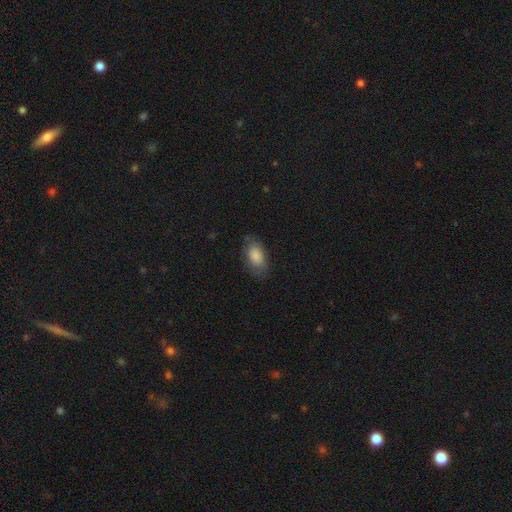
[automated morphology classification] Overall: smooth (83%). How rounded: in between (93%). Merging: none (74%).